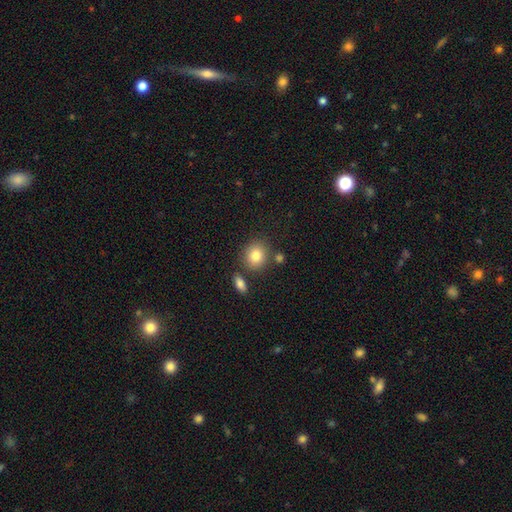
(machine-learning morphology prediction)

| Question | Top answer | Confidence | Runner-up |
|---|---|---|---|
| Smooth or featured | smooth | 84% | star or artifact (9%) |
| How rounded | round | 76% | in between (23%) |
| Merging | none | 76% | minor disturbance (10%) |